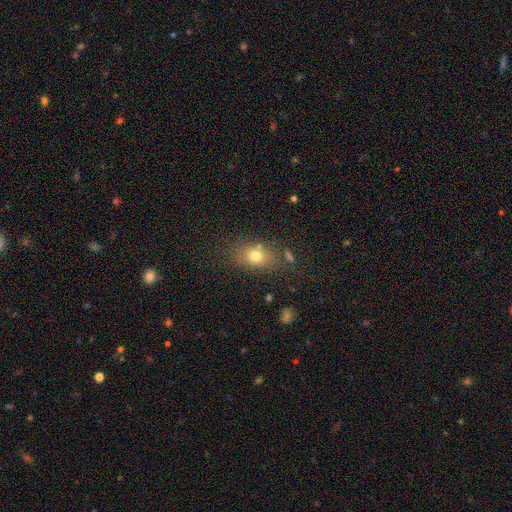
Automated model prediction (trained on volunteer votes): A smooth galaxy with no disk features (74%) that is in between round and cigar-shaped (67%).

Vote fractions:
- Smooth or featured? smooth: 74% / star or artifact: 13% / featured or disk: 13%
- How rounded? in between: 67% / round: 31% / cigar-shaped: 2%
- Merging? none: 75% / minor disturbance: 14% / major disturbance: 5% / merger: 5%